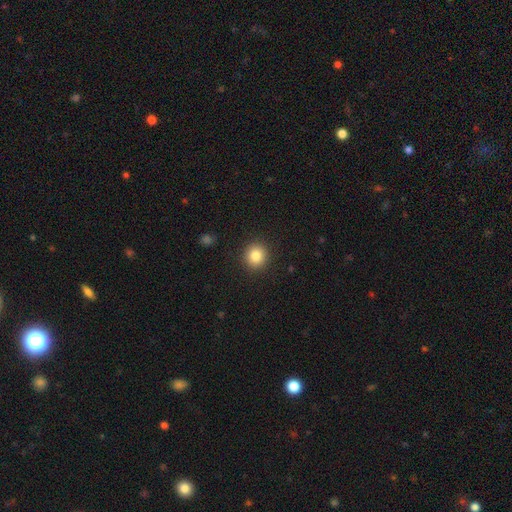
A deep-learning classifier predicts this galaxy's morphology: This appears to be a smooth galaxy with no disk features (84%) that is round (90%). Merging: none (91%).